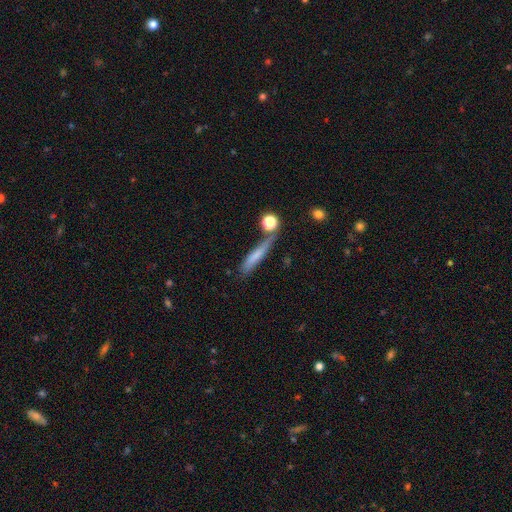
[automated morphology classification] Smooth or featured? smooth (68%)
How rounded? cigar-shaped (84%)
Merging? none (54%)